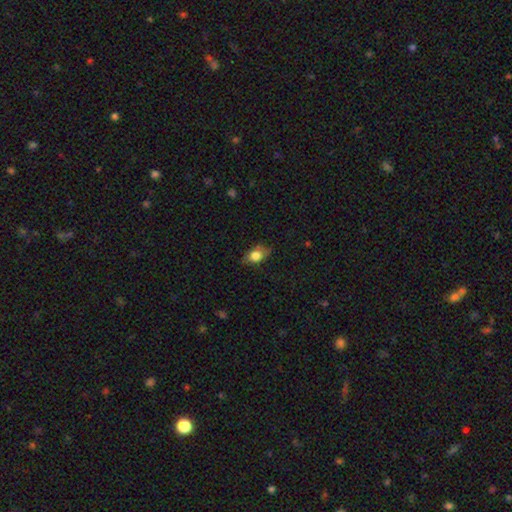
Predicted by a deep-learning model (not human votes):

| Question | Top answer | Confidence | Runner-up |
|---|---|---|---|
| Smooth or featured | smooth | 75% | featured or disk (16%) |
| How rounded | in between | 78% | round (18%) |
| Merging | none | 73% | minor disturbance (21%) |